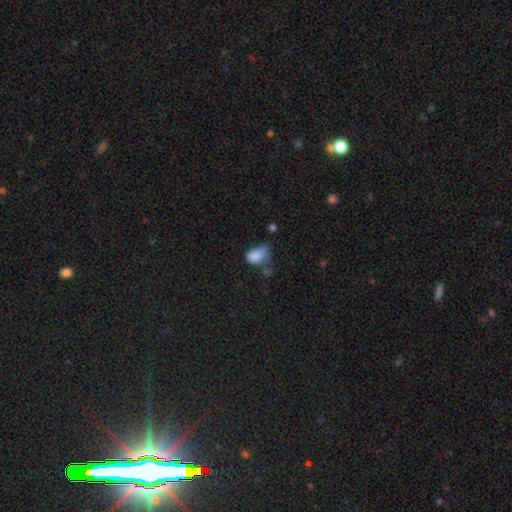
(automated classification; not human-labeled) Q: Smooth or featured?
A: smooth (76%); runner-up: featured or disk (13%)
Q: How rounded?
A: in between (82%); runner-up: round (15%)
Q: Merging?
A: major disturbance (33%); runner-up: minor disturbance (30%)